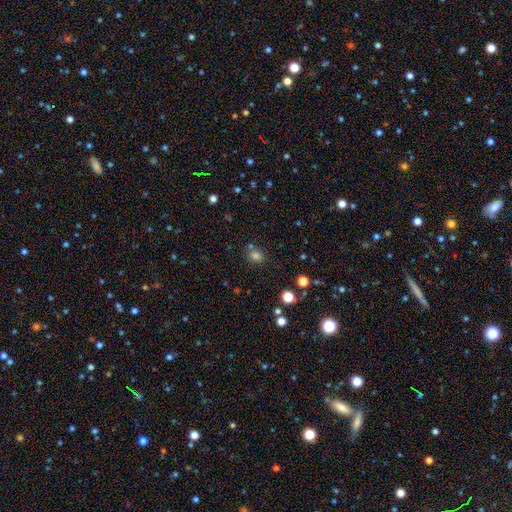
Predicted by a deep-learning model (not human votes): This is likely a smooth galaxy (77%). How rounded: likely round (72%). Merging: likely none (75%).